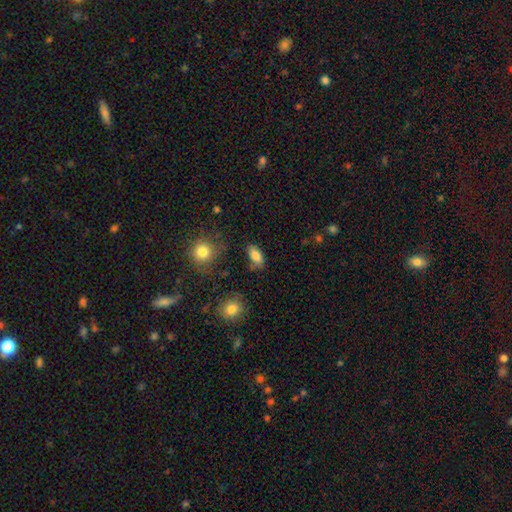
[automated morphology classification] type=smooth (84%); roundness=in between (87%); merging=none (78%).